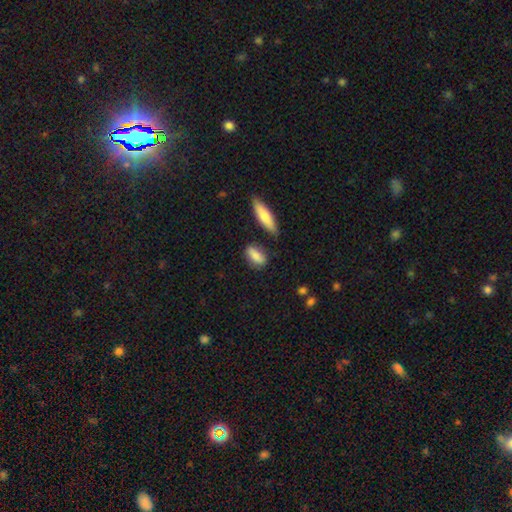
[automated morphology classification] type=smooth (79%); roundness=in between (77%); merging=none (76%).